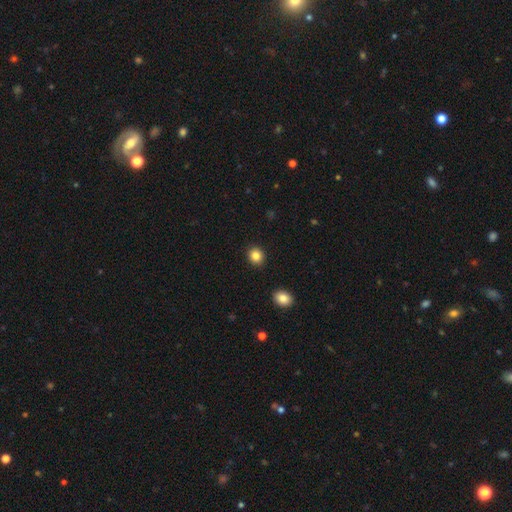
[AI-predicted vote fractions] Smooth or featured? smooth (85%)
How rounded? round (79%)
Merging? none (91%)